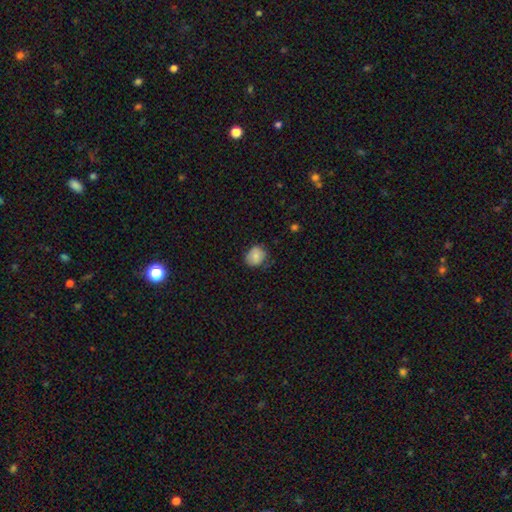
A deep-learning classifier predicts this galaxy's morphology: A smooth galaxy with no disk features (79%) that is round (69%).

Vote fractions:
- Smooth or featured? smooth: 79% / featured or disk: 12% / star or artifact: 8%
- How rounded? round: 69% / in between: 30% / cigar-shaped: 1%
- Merging? none: 68% / minor disturbance: 25% / major disturbance: 6% / merger: 1%